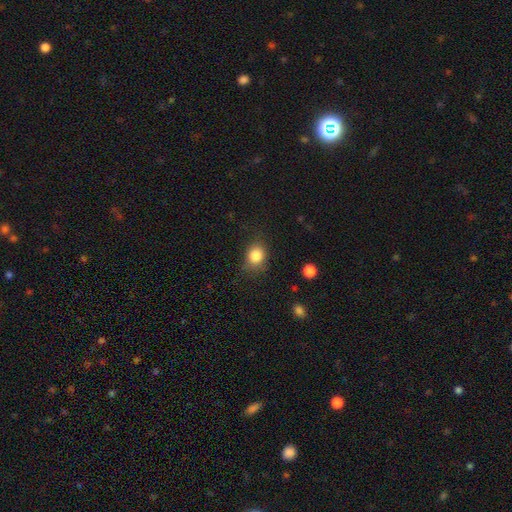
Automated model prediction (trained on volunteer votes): smooth_or_featured: smooth (p=0.84) [alt: star or artifact p=0.10]
how_rounded: round (p=0.61) [alt: in between p=0.38]
merging: none (p=0.75) [alt: minor disturbance p=0.18]